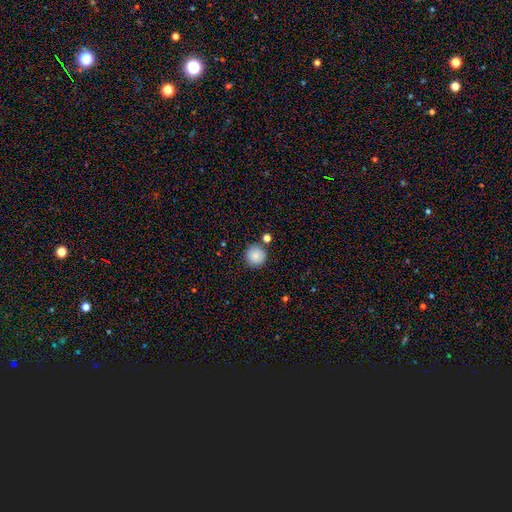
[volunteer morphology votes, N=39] Smooth or featured: smooth — 87% (featured or disk — 8%)
How rounded: round — 94% (in between — 6%)
Merging: none — 84% (minor disturbance — 16%)